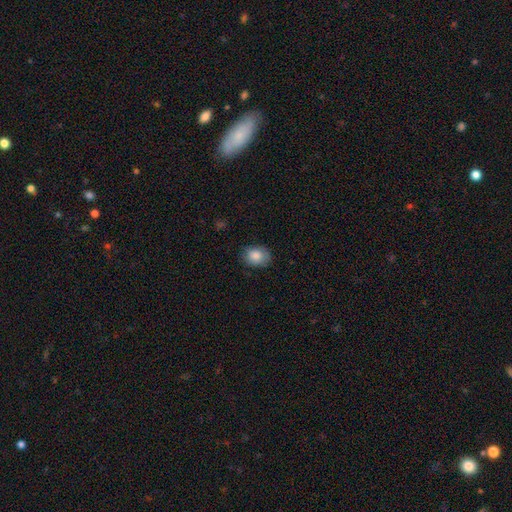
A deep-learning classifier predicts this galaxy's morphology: Smooth or featured?
  - smooth: 86% *
  - star or artifact: 8%
  - featured or disk: 6%
How rounded?
  - in between: 61% *
  - round: 38%
  - cigar-shaped: 1%
Merging?
  - none: 78% *
  - minor disturbance: 17%
  - major disturbance: 3%
  - merger: 1%